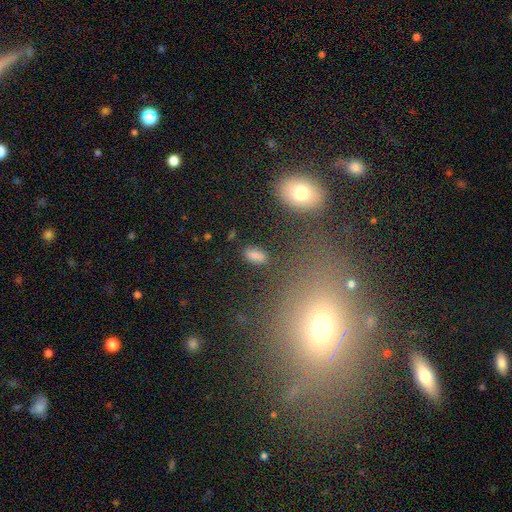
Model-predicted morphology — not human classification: type=smooth (79%); roundness=in between (89%); merging=none (81%).